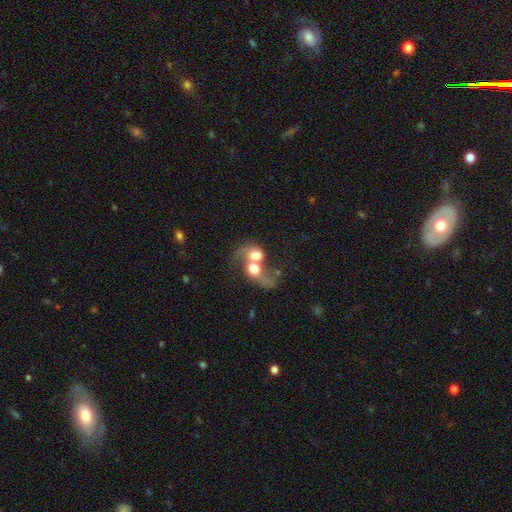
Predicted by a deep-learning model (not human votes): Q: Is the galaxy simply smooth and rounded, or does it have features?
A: smooth — 45%, tied with featured or disk.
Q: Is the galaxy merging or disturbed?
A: merger — 80%.